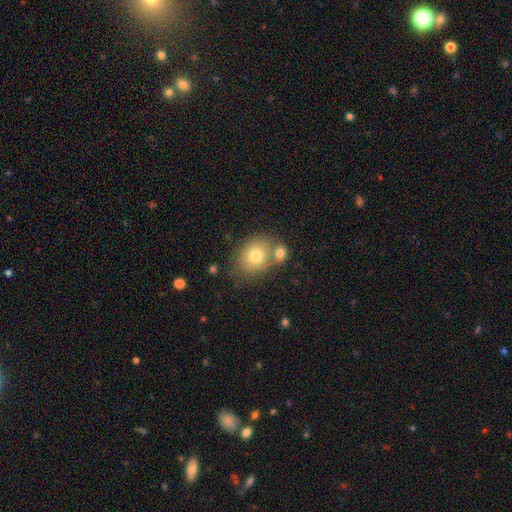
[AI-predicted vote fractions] Smooth or featured? Predicted: smooth (p=0.74). How rounded? Predicted: round (p=0.51). Merging? Predicted: none (p=0.51).